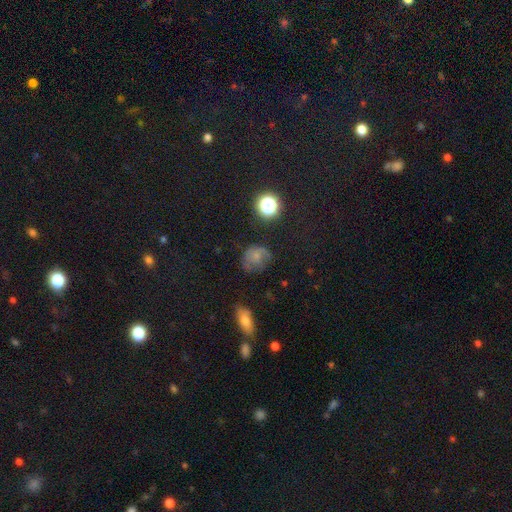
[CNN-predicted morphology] smooth_or_featured: smooth (p=0.56) [alt: featured or disk p=0.26]
how_rounded: round (p=0.66) [alt: in between p=0.33]
merging: none (p=0.47) [alt: minor disturbance p=0.28]